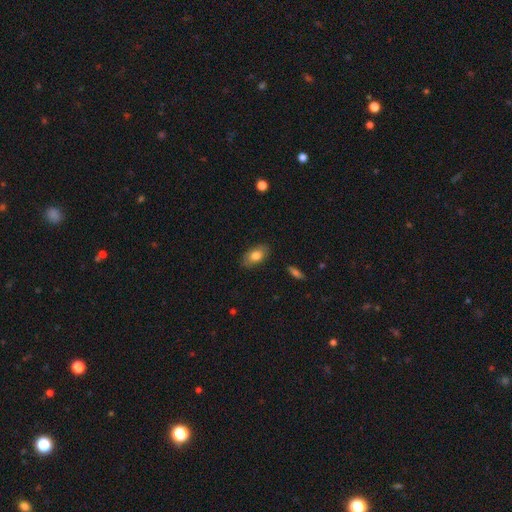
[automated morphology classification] smooth 79%, featured or disk 15%, star or artifact 7%. Down the decision tree: how rounded — in between (91%); merging — none (83%).